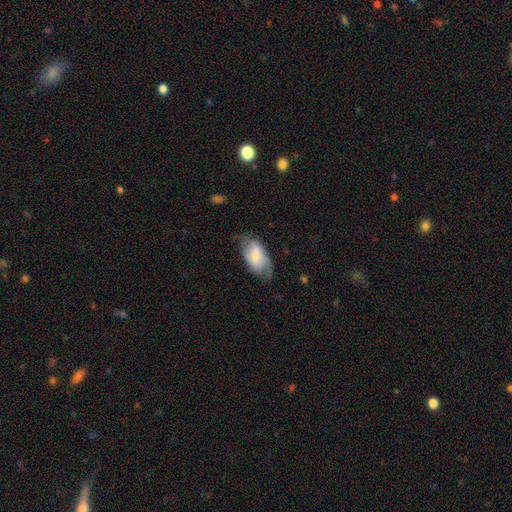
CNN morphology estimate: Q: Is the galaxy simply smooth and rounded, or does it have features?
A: smooth — 48%.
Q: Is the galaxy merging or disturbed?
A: none — 58%.